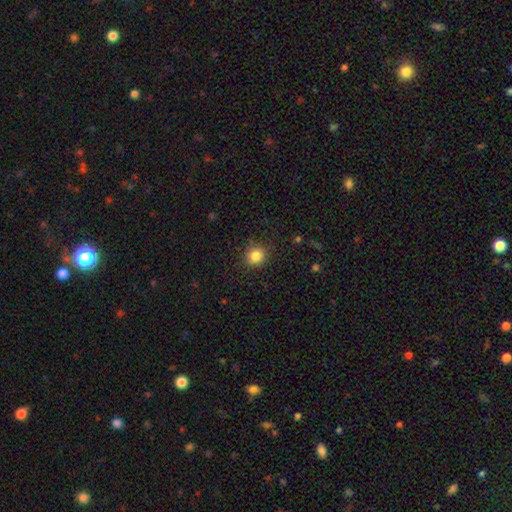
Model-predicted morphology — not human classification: Q: Smooth or featured?
A: smooth (83%); runner-up: star or artifact (11%)
Q: How rounded?
A: round (78%); runner-up: in between (21%)
Q: Merging?
A: none (86%); runner-up: minor disturbance (10%)